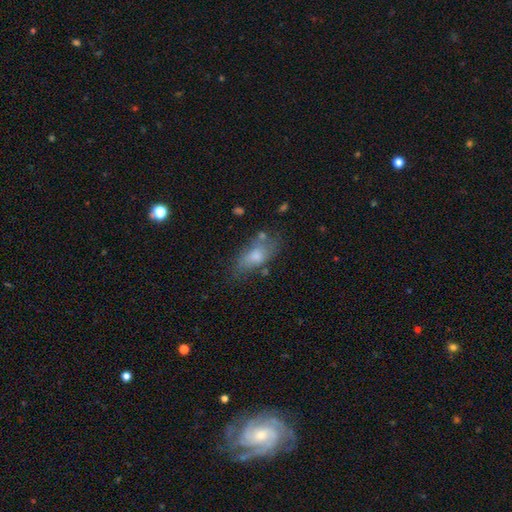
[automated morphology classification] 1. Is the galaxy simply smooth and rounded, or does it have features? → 65% smooth, 26% featured or disk, 9% star or artifact.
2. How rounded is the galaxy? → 79% in between, 17% cigar-shaped, 4% round.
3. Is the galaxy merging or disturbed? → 53% none, 26% minor disturbance, 13% major disturbance, 8% merger.